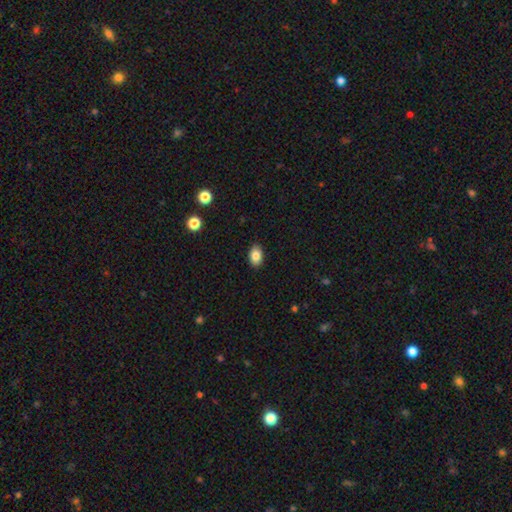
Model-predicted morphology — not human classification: The model was most divided on "how rounded": in between: 87%, round: 12%, cigar-shaped: 1%. More confident: merging — none (89%); smooth or featured — smooth (84%).